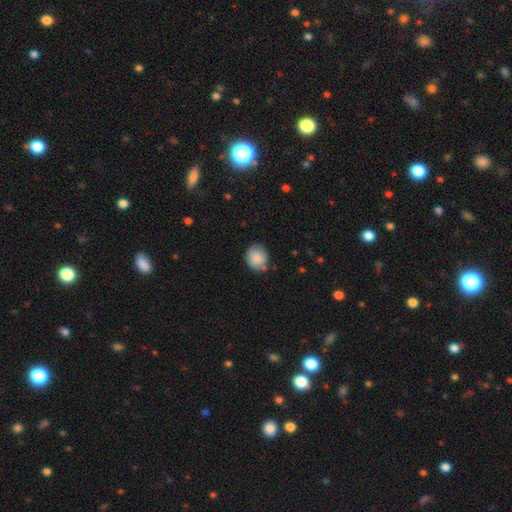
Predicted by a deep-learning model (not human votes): Smooth or featured?
  - smooth: 84% *
  - featured or disk: 8%
  - star or artifact: 7%
How rounded?
  - round: 74% *
  - in between: 25%
  - cigar-shaped: 1%
Merging?
  - none: 74% *
  - minor disturbance: 19%
  - merger: 4%
  - major disturbance: 4%